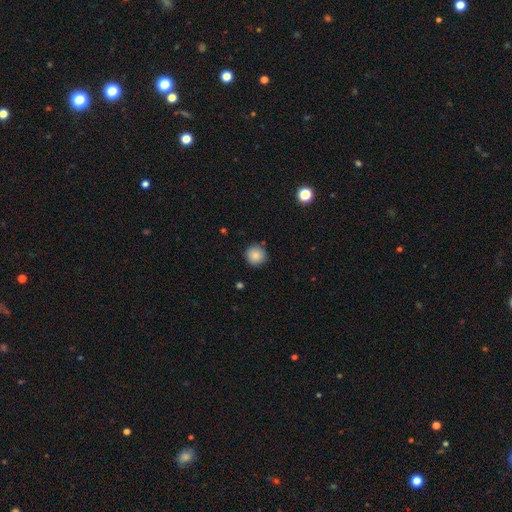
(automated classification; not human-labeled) Smooth or featured? Predicted: smooth (p=0.86). How rounded? Predicted: round (p=0.94). Merging? Predicted: none (p=0.88).